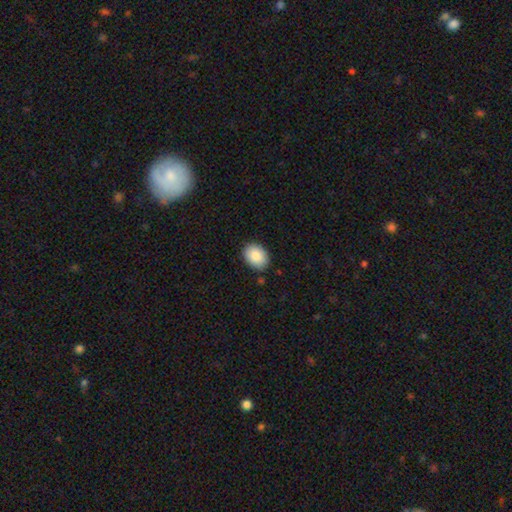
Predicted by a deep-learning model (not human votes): A smooth galaxy with no disk features (89%) that is in between round and cigar-shaped (66%).

Vote fractions:
- Smooth or featured? smooth: 89% / star or artifact: 7% / featured or disk: 5%
- How rounded? in between: 66% / round: 33% / cigar-shaped: 1%
- Merging? none: 85% / minor disturbance: 11% / major disturbance: 2% / merger: 1%